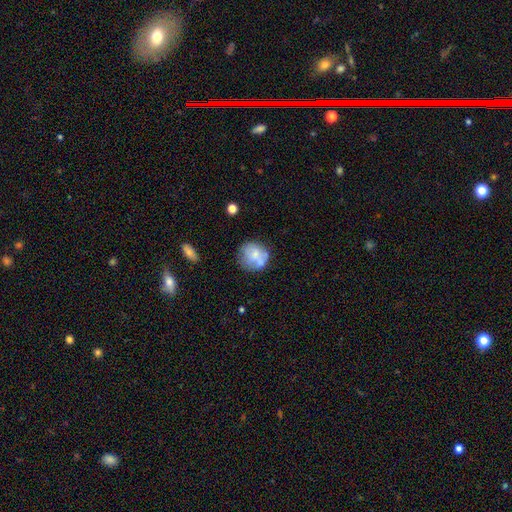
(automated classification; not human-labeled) This is possibly a smooth galaxy (60%). How rounded: clearly round (81%). Merging: possibly none (54%).